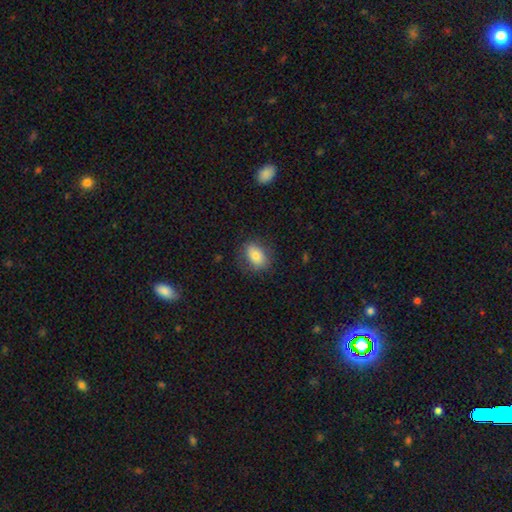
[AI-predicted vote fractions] Overall: smooth (79%). How rounded: in between (80%). Merging: none (78%).